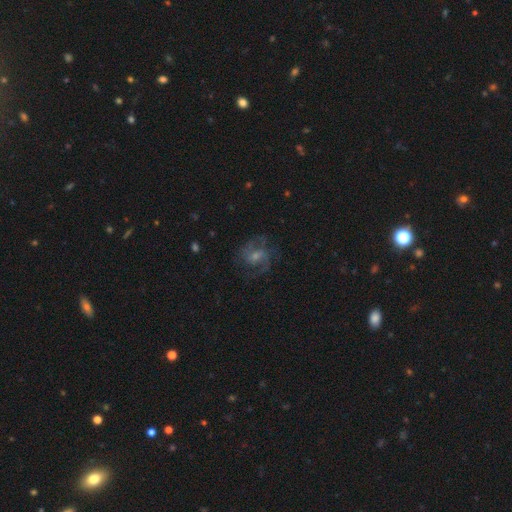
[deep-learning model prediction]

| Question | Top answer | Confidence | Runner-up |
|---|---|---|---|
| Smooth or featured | featured or disk | 76% | star or artifact (12%) |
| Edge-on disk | no | 97% | yes (3%) |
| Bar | weak | 48% | no (40%) |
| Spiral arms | yes | 94% | no (6%) |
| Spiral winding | medium | 55% | tight (28%) |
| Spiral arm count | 2 | 58% | can't tell (16%) |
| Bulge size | small | 48% | moderate (39%) |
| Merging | none | 75% | minor disturbance (14%) |